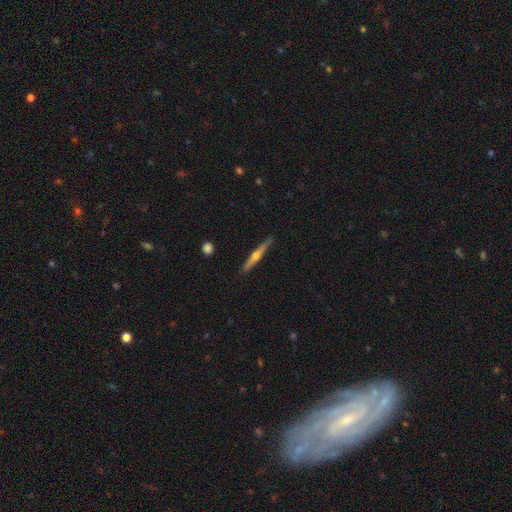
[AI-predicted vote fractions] A featured or disk galaxy (70%) viewed edge-on (98%) with a rounded central bulge (91%). Merging: none (89%).